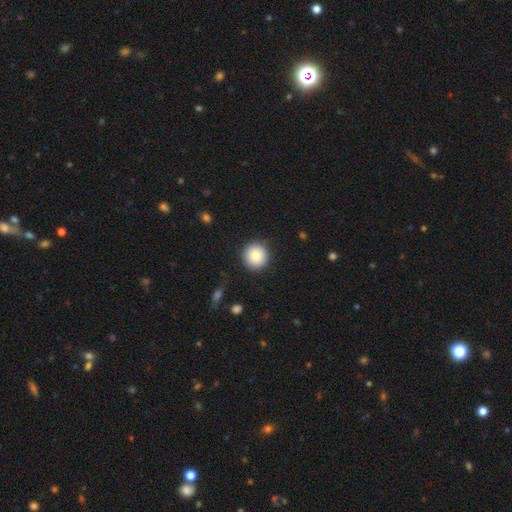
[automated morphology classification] This is clearly a smooth galaxy (83%). How rounded: clearly round (94%). Merging: clearly none (90%).